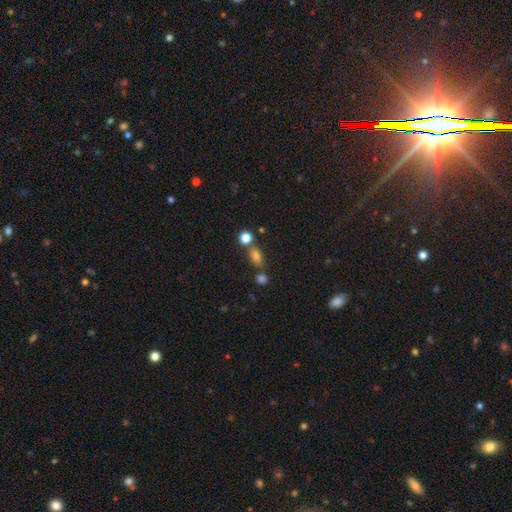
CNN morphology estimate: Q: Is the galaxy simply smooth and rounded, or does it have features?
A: smooth — 76%.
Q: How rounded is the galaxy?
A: in between — 72%.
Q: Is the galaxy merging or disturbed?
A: none — 65%.